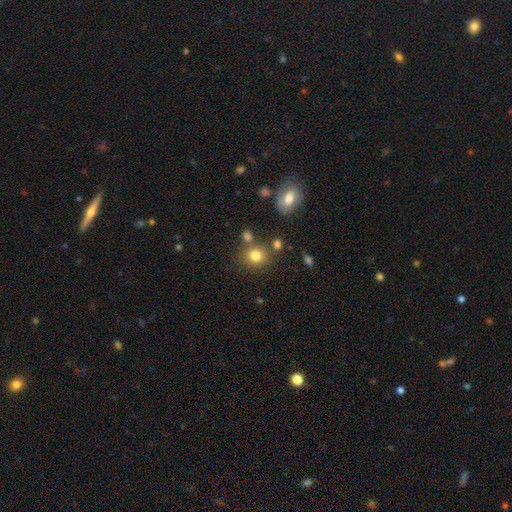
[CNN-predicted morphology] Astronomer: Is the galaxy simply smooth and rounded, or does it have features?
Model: smooth — 80%.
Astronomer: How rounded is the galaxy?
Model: round — 82%.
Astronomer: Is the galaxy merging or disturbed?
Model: none — 73%.